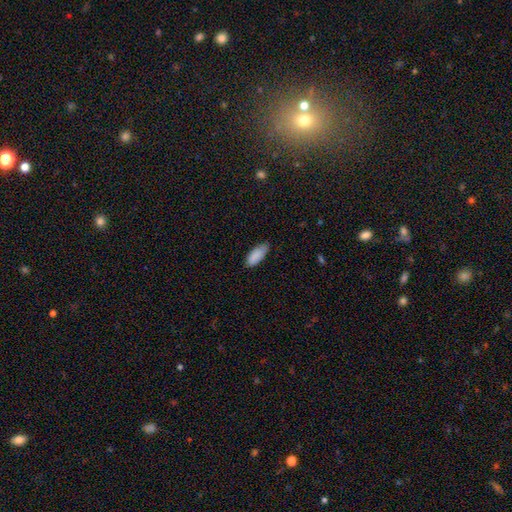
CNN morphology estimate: This is clearly a smooth galaxy (89%). How rounded: clearly in between (84%). Merging: likely none (73%).